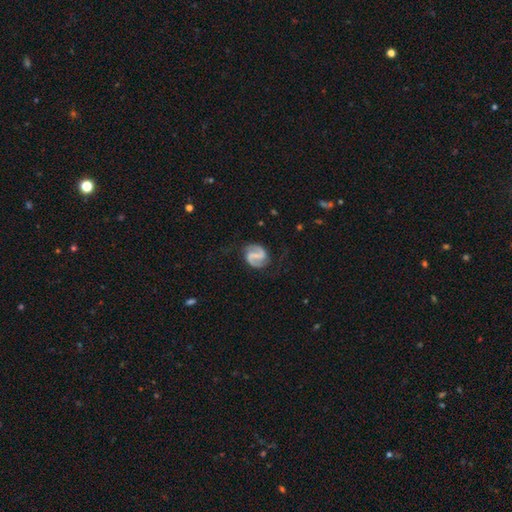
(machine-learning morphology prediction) This appears to be a featured or disk galaxy (88%) with a strong bar (43%), 2 (93%) medium (51%) spiral arms (97%) and no central bulge (51%). Merging: none (77%).